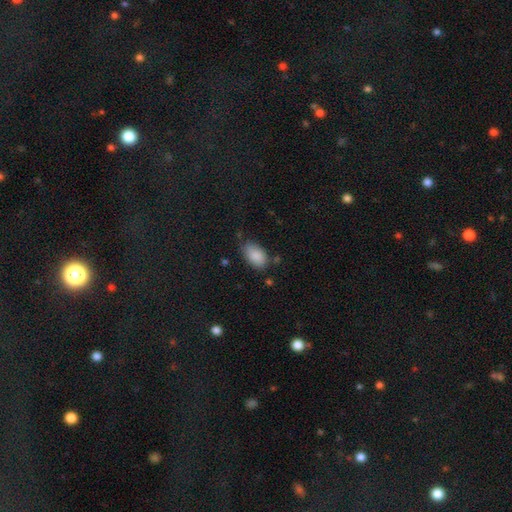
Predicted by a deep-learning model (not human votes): Morphology: type=smooth (88%); roundness=in between (93%); merging=none (68%).